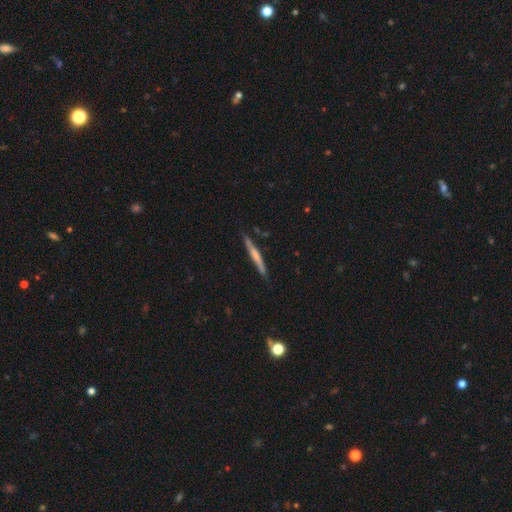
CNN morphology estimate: smooth_or_featured: smooth (p=0.49) [alt: featured or disk p=0.45]
merging: none (p=0.85) [alt: minor disturbance p=0.11]